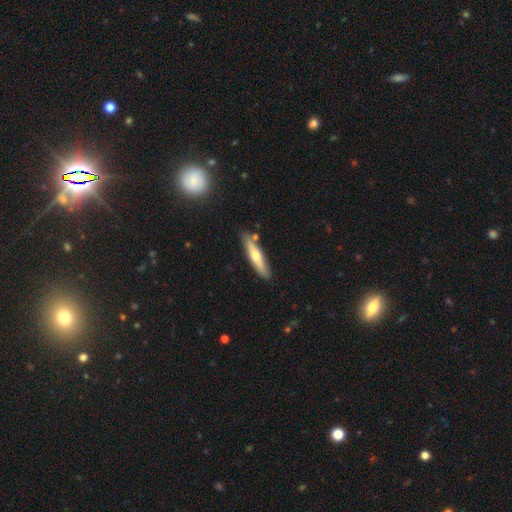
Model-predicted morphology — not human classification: The model was most divided on "smooth or featured": smooth: 49%, featured or disk: 46%, star or artifact: 5%. More confident: merging — none (82%).